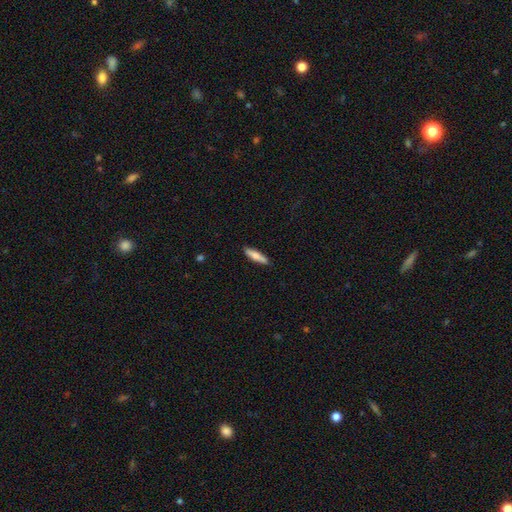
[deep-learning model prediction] Overall: smooth (67%). How rounded: cigar-shaped (79%). Merging: none (86%).